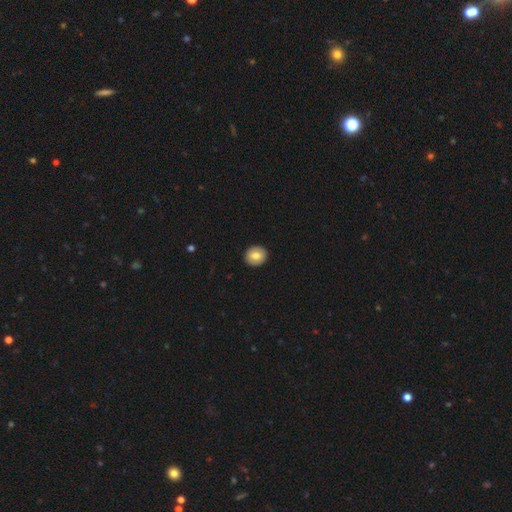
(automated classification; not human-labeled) A smooth galaxy with no disk features (74%) that is round (83%). Merging: none (92%).